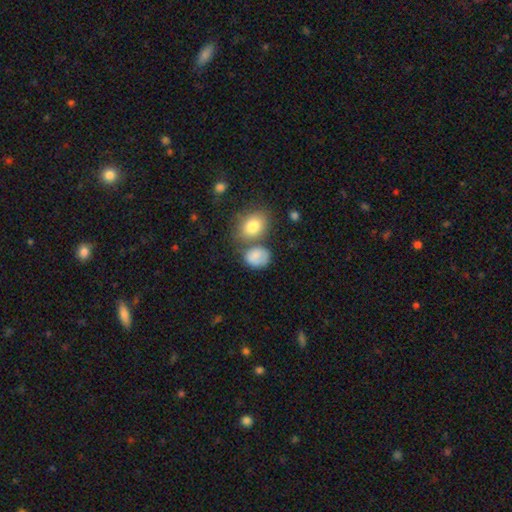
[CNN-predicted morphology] smooth 80%, featured or disk 11%, star or artifact 9%. Down the decision tree: how rounded — in between (57%); merging — none (51%).